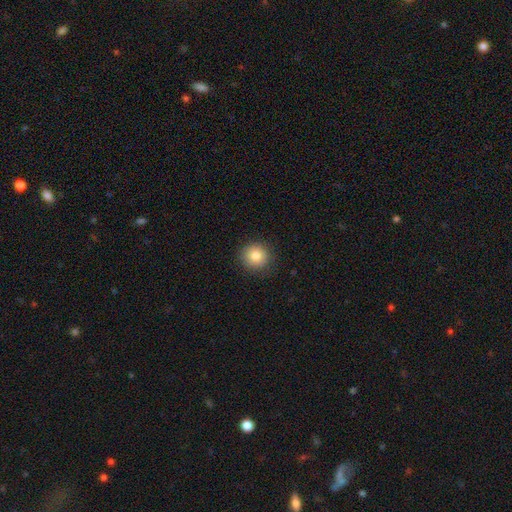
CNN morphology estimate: Smooth or featured? smooth (82%)
How rounded? round (93%)
Merging? none (90%)